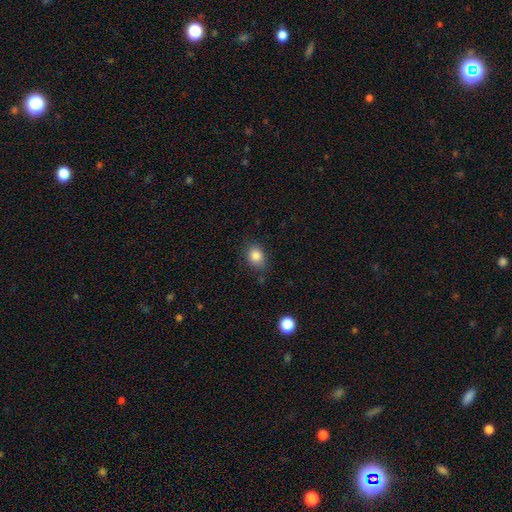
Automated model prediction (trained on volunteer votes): A smooth galaxy with no disk features (84%) that is in between round and cigar-shaped (55%).

Vote fractions:
- Smooth or featured? smooth: 84% / star or artifact: 10% / featured or disk: 6%
- How rounded? in between: 55% / round: 44% / cigar-shaped: 1%
- Merging? none: 78% / minor disturbance: 17% / major disturbance: 4% / merger: 2%